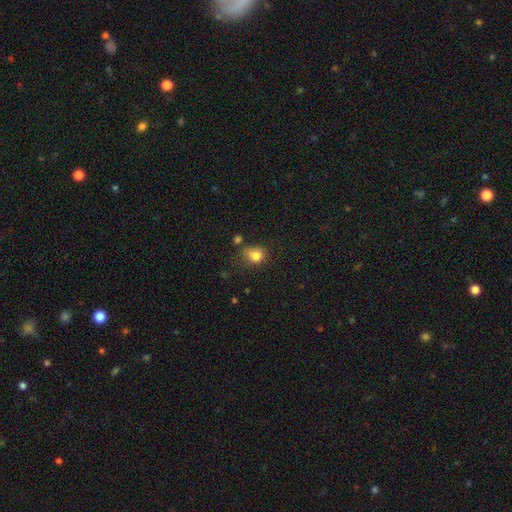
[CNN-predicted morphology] Smooth or featured? smooth (80%)
How rounded? round (60%)
Merging? none (53%)